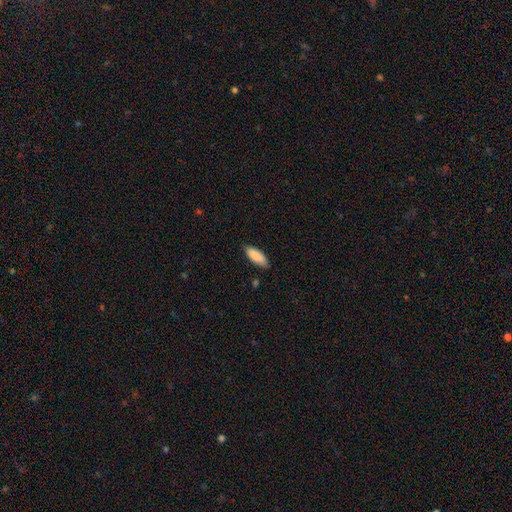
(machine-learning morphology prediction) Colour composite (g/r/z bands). It shows a smooth galaxy with no disk features (87%) that is in between round and cigar-shaped (76%). Merging: none (82%).